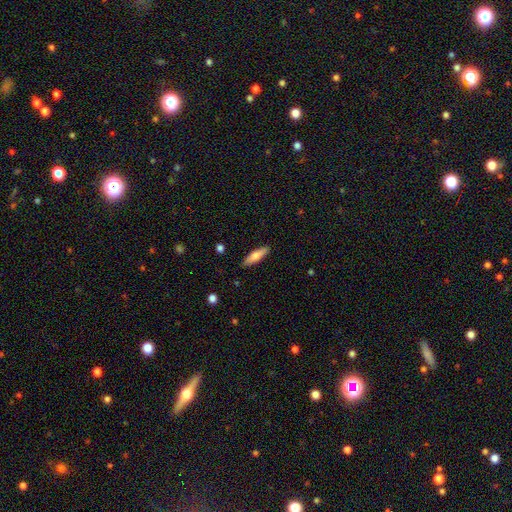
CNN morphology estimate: smooth 71%, featured or disk 23%, star or artifact 6%. Down the decision tree: how rounded — cigar-shaped (64%); merging — none (88%).